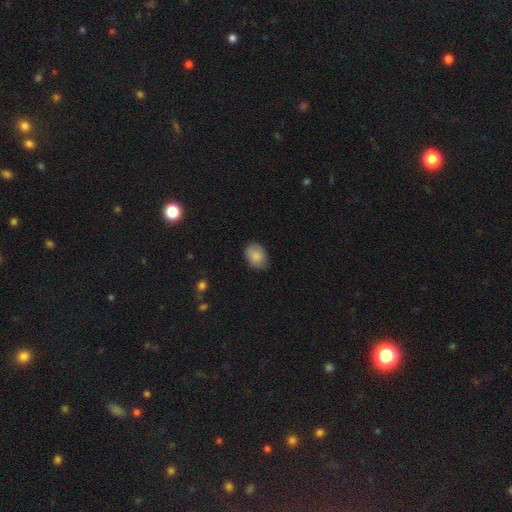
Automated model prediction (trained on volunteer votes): Smooth or featured? Predicted: smooth (p=0.85). How rounded? Predicted: in between (p=0.76). Merging? Predicted: none (p=0.74).